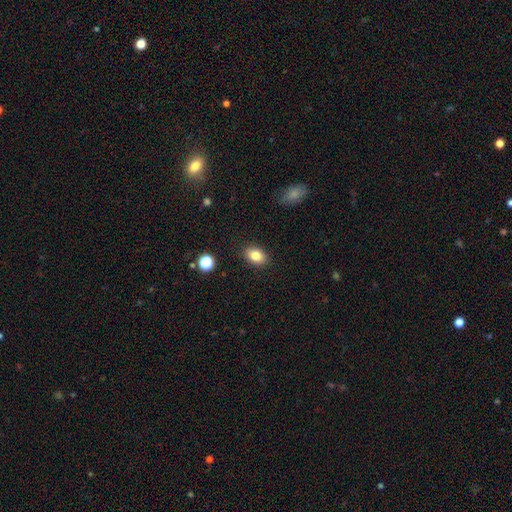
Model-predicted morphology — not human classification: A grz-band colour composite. It shows a smooth galaxy with no disk features (83%) that is in between round and cigar-shaped (79%). Merging: none (88%).